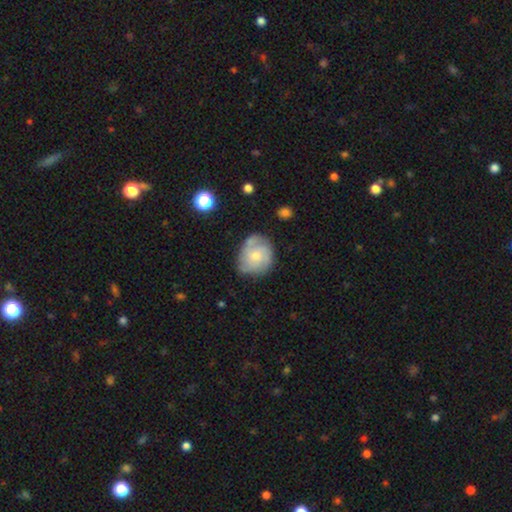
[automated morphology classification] Smooth or featured: featured or disk — 54% (smooth — 39%)
Edge-on disk: no — 97% (yes — 3%)
Bar: no — 79% (weak — 19%)
Spiral arms: yes — 80% (no — 20%)
Bulge size: small — 53% (moderate — 42%)
Merging: none — 65% (minor disturbance — 25%)